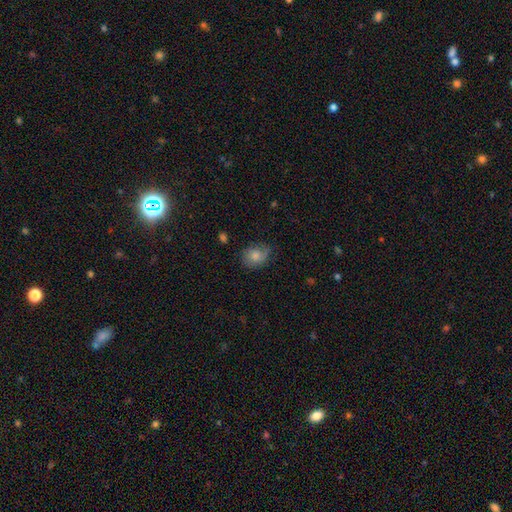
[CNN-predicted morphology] The model was most divided on "how rounded": in between: 50%, round: 49%, cigar-shaped: 1%. More confident: smooth or featured — smooth (76%); merging — none (61%).